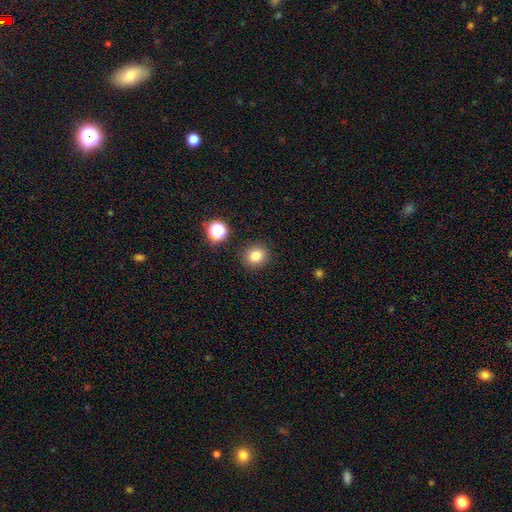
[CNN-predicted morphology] Q: Smooth or featured?
A: smooth (80%); runner-up: star or artifact (13%)
Q: How rounded?
A: round (78%); runner-up: in between (21%)
Q: Merging?
A: none (88%); runner-up: minor disturbance (7%)